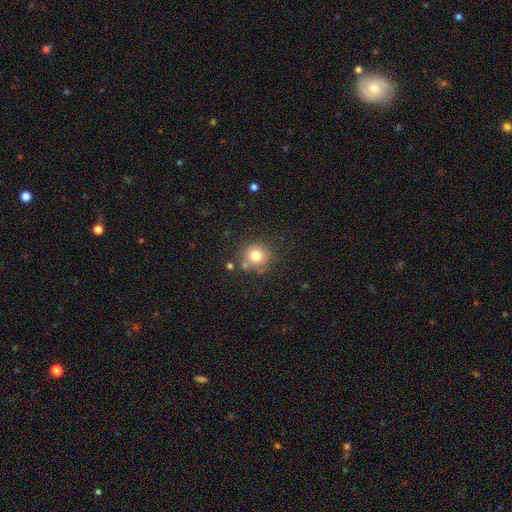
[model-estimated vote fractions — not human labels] Q: Smooth or featured?
A: smooth (77%); runner-up: star or artifact (13%)
Q: How rounded?
A: round (90%); runner-up: in between (10%)
Q: Merging?
A: none (74%); runner-up: minor disturbance (13%)